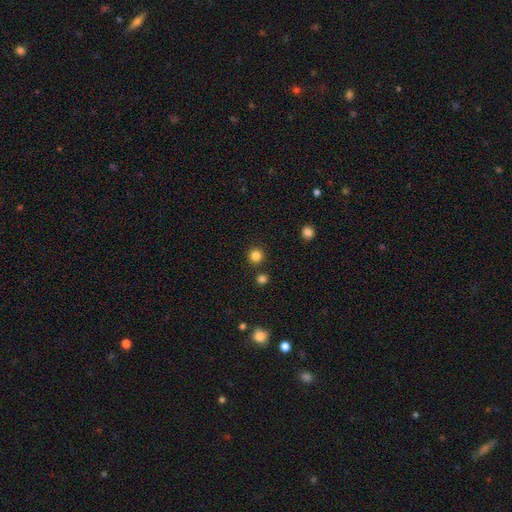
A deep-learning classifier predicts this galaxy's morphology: smooth_or_featured: smooth (p=0.83) [alt: star or artifact p=0.13]
how_rounded: round (p=0.95) [alt: in between p=0.04]
merging: none (p=0.88) [alt: minor disturbance p=0.05]